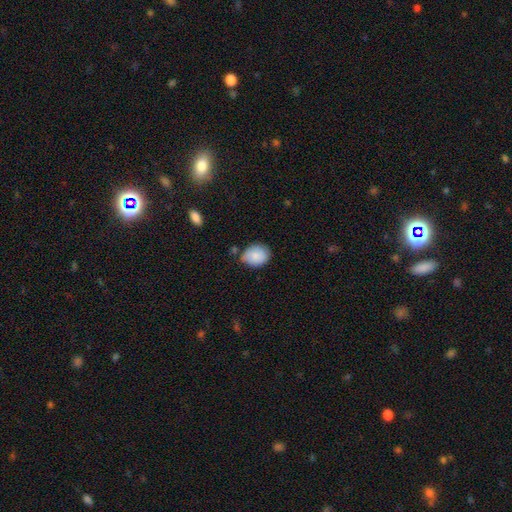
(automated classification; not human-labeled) smooth 84%, featured or disk 9%, star or artifact 7%. Down the decision tree: how rounded — in between (51%); merging — none (64%).